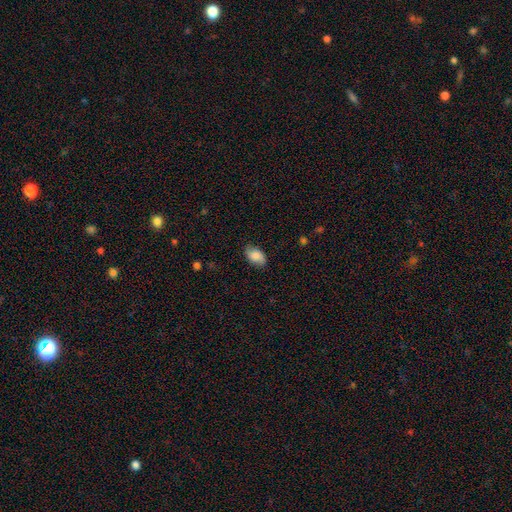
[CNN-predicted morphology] Smooth or featured?
  - smooth: 75% *
  - featured or disk: 18%
  - star or artifact: 8%
How rounded?
  - in between: 91% *
  - round: 7%
  - cigar-shaped: 2%
Merging?
  - none: 78% *
  - minor disturbance: 17%
  - major disturbance: 4%
  - merger: 1%